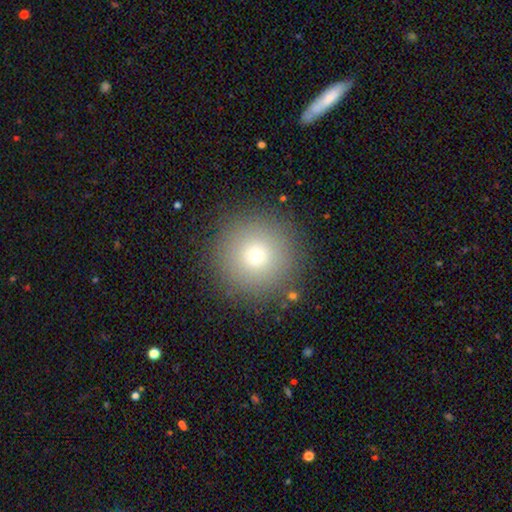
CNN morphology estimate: Smooth or featured? smooth (71%)
How rounded? round (97%)
Merging? none (89%)